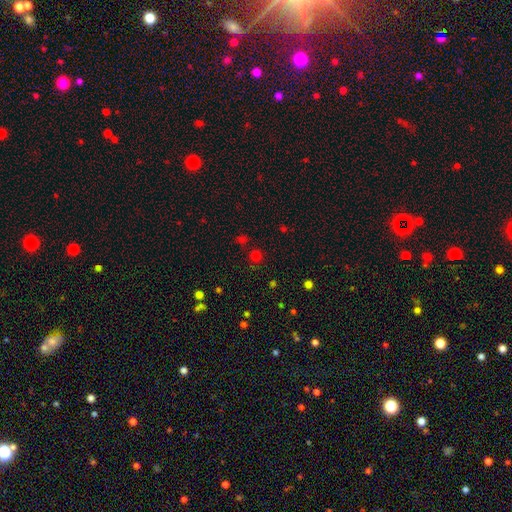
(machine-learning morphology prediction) smooth-or-featured: smooth: 60% | star or artifact: 34% | featured or disk: 6%
  how-rounded: round: 90% | in between: 9% | cigar-shaped: 1%
  merging: none: 78% | minor disturbance: 10% | merger: 7% | major disturbance: 5%